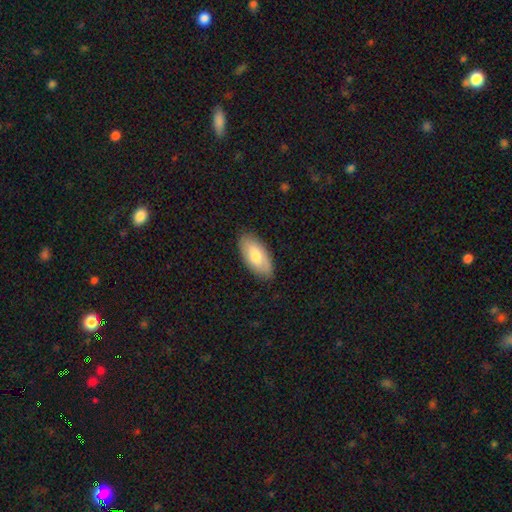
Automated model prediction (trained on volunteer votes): smooth-or-featured: smooth: 75% | featured or disk: 19% | star or artifact: 5%
  how-rounded: in between: 92% | cigar-shaped: 6% | round: 2%
  merging: none: 86% | minor disturbance: 11% | major disturbance: 2% | merger: 1%